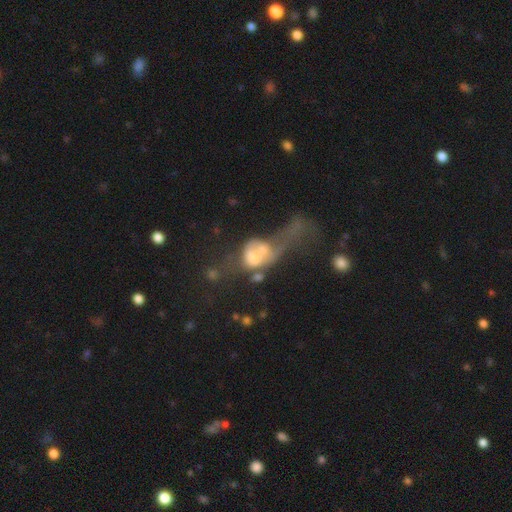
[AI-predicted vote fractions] Overall: smooth (51%; featured or disk 37%). How rounded: in between (59%; round 37%). Merging: merger (61%; major disturbance 27%).